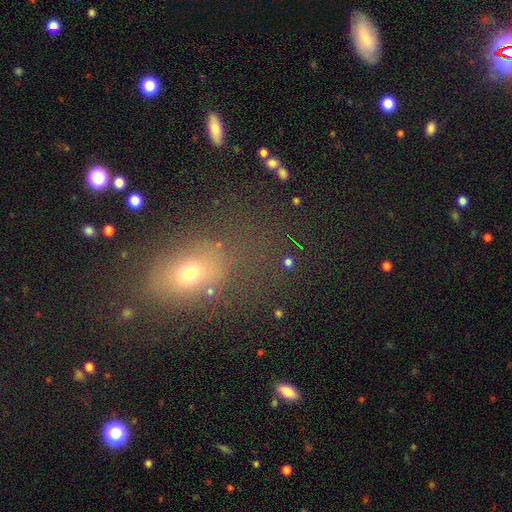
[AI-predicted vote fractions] This is possibly a smooth galaxy (57%). How rounded: likely in between (68%). Merging: likely none (73%).